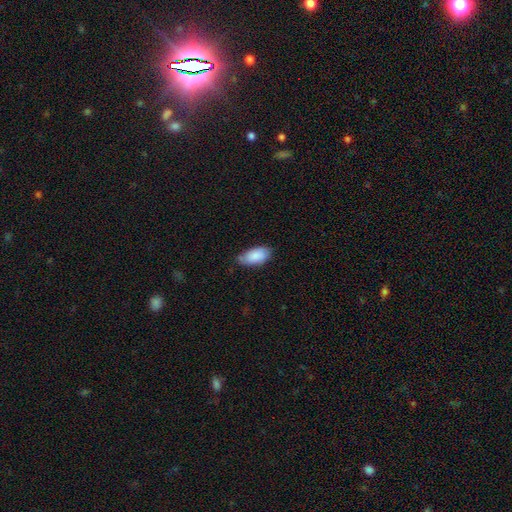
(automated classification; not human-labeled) Smooth or featured? Predicted: smooth (p=0.86). How rounded? Predicted: in between (p=0.93). Merging? Predicted: none (p=0.66).